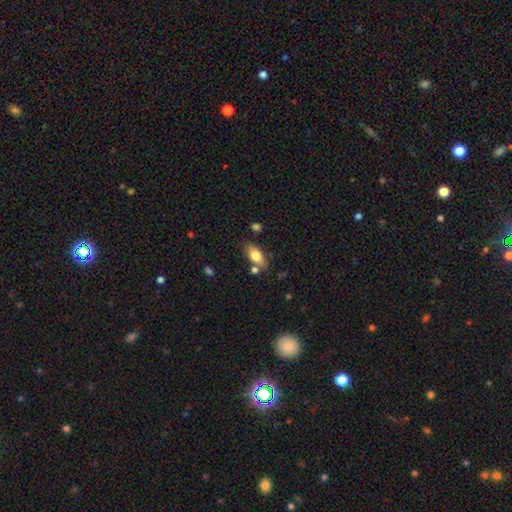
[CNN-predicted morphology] Smooth or featured: smooth — 76% (featured or disk — 16%)
How rounded: in between — 87% (cigar-shaped — 9%)
Merging: none — 73% (minor disturbance — 14%)